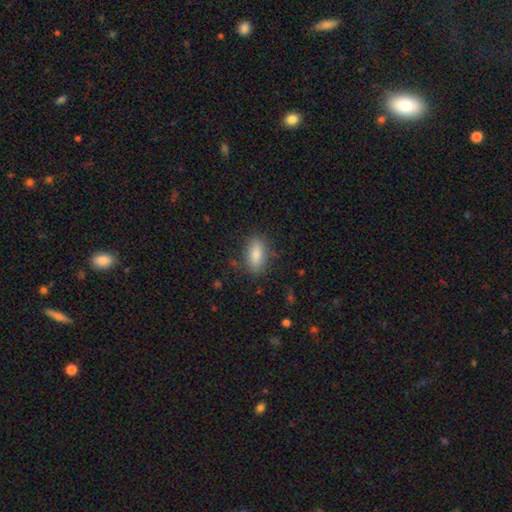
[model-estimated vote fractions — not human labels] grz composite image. It shows a smooth galaxy with no disk features (86%) that is in between round and cigar-shaped (86%). Merging: none (84%).